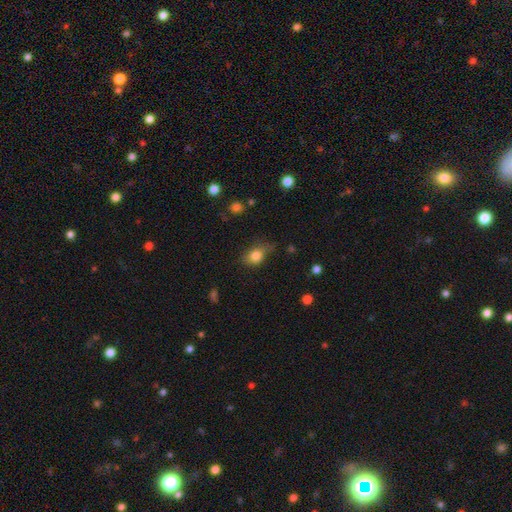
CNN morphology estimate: This appears to be a smooth galaxy with no disk features (80%) that is in between round and cigar-shaped (65%). Merging: none (53%).